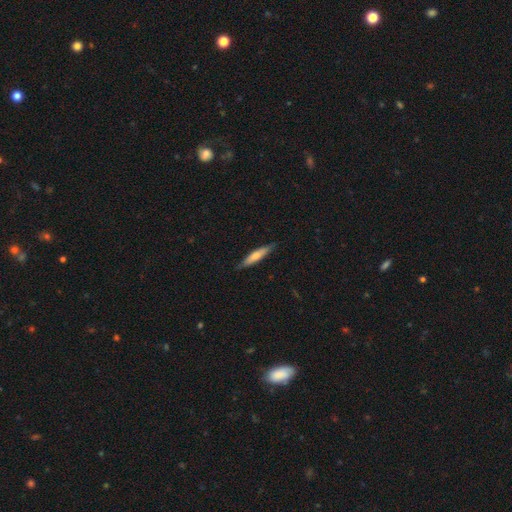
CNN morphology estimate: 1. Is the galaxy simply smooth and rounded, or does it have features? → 60% smooth, 35% featured or disk, 5% star or artifact.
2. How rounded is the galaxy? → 87% cigar-shaped, 12% in between, 1% round.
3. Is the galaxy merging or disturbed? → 86% none, 11% minor disturbance, 2% major disturbance, 1% merger.